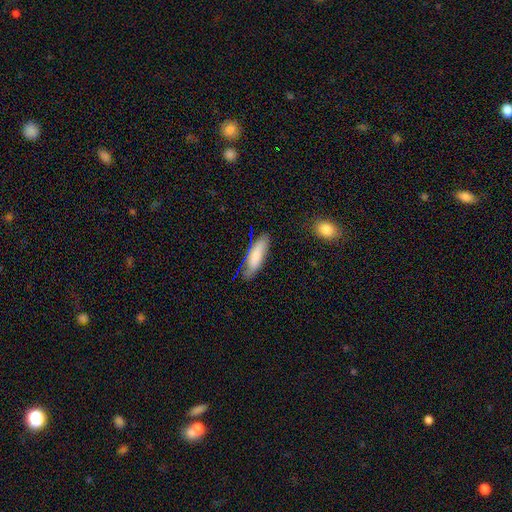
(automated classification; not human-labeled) smooth_or_featured: smooth (p=0.75) [alt: featured or disk p=0.18]
how_rounded: in between (p=0.53) [alt: cigar-shaped p=0.45]
merging: none (p=0.67) [alt: minor disturbance p=0.24]